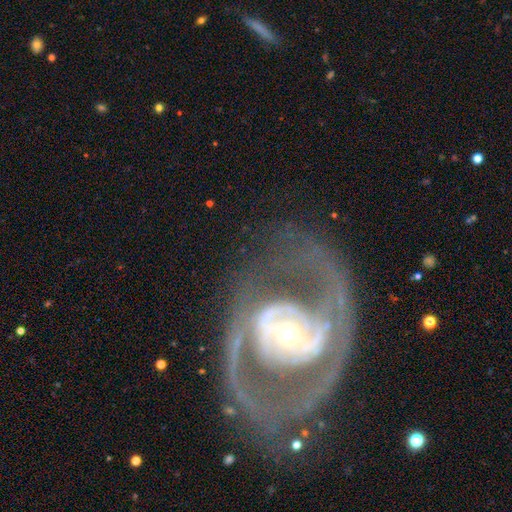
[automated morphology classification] smooth-or-featured: featured or disk: 85% | smooth: 9% | star or artifact: 6%
  disk-edge-on: no: 95% | yes: 5%
    bar: strong: 37% | no: 33% | weak: 30%
    has-spiral-arms: yes: 79% | no: 21%
      spiral-winding: medium: 45% | tight: 34% | loose: 20%
      spiral-arm-count: 2: 76% | can't tell: 12% | 1: 4% | 3: 4% | 4: 2% | more than 4: 2%
    bulge-size: small: 49% | moderate: 41% | large: 7% | dominant: 2% | none: 1%
  merging: none: 63% | major disturbance: 20% | minor disturbance: 14% | merger: 3%